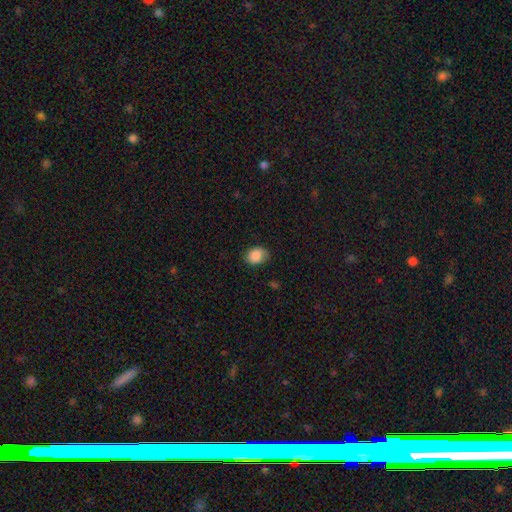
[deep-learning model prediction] This appears to be a smooth galaxy with no disk features (86%) that is in between round and cigar-shaped (57%). Merging: none (73%).